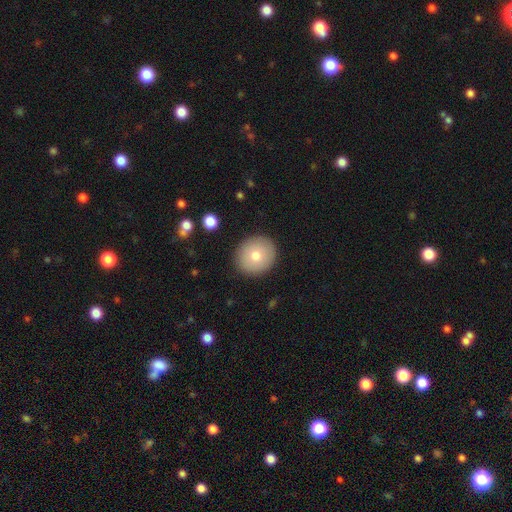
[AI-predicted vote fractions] A smooth galaxy with no disk features (74%) that is round (84%).

Vote fractions:
- Smooth or featured? smooth: 74% / featured or disk: 18% / star or artifact: 8%
- How rounded? round: 84% / in between: 15% / cigar-shaped: 1%
- Merging? none: 90% / minor disturbance: 7% / major disturbance: 2% / merger: 1%